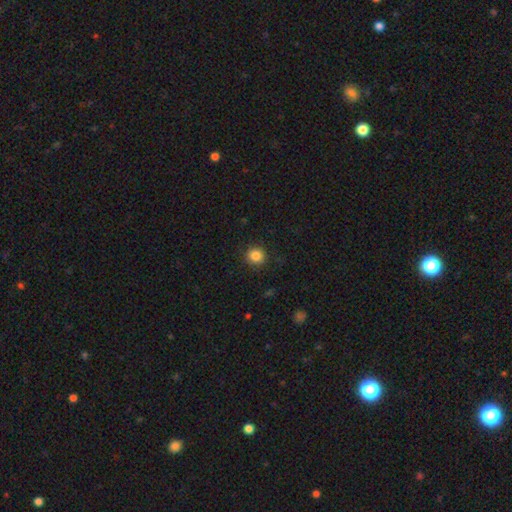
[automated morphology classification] The model was most divided on "smooth or featured": smooth: 85%, star or artifact: 11%, featured or disk: 4%. More confident: how rounded — round (91%); merging — none (90%).